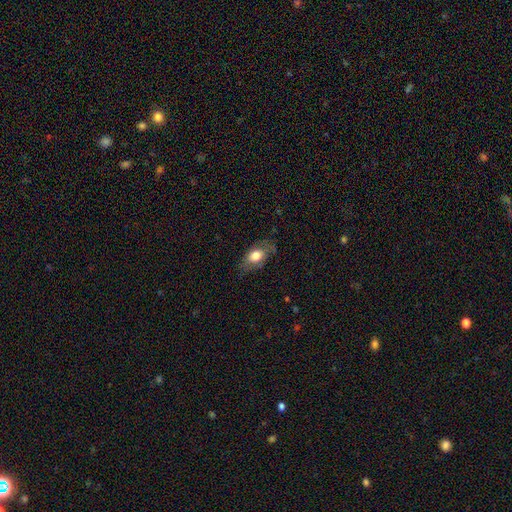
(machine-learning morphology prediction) Smooth or featured?
  - smooth: 69% *
  - featured or disk: 24%
  - star or artifact: 7%
How rounded?
  - in between: 85% *
  - round: 11%
  - cigar-shaped: 4%
Merging?
  - none: 67% *
  - minor disturbance: 23%
  - major disturbance: 9%
  - merger: 1%